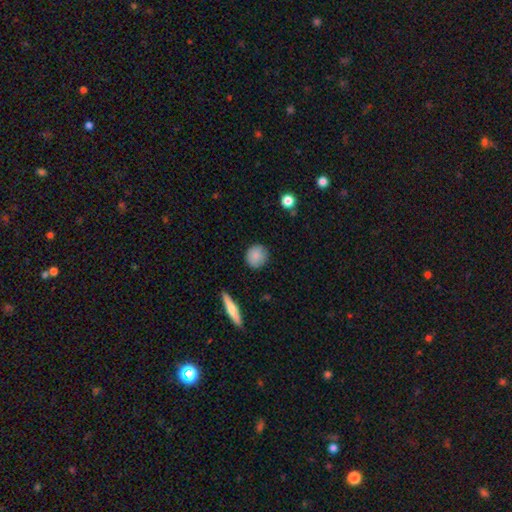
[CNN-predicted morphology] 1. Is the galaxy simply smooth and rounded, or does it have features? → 85% smooth, 8% featured or disk, 7% star or artifact.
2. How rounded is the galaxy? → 87% round, 11% in between, 2% cigar-shaped.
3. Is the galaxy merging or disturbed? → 87% none, 10% minor disturbance, 2% major disturbance, 1% merger.